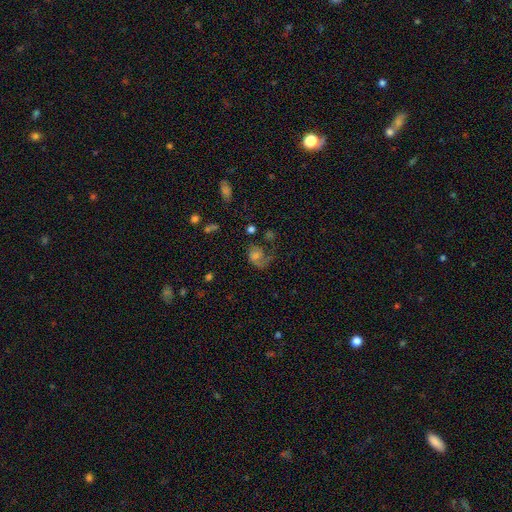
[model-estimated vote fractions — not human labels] This appears to be a featured or disk galaxy (51%). Merging: major disturbance (40%).